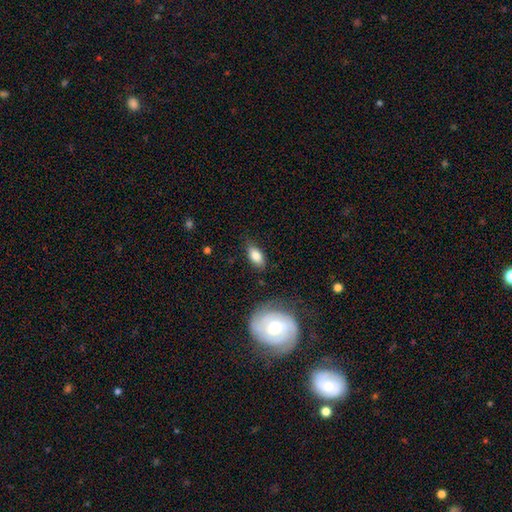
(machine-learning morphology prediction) Smooth or featured? Predicted: smooth (p=0.82). How rounded? Predicted: in between (p=0.88). Merging? Predicted: none (p=0.78).